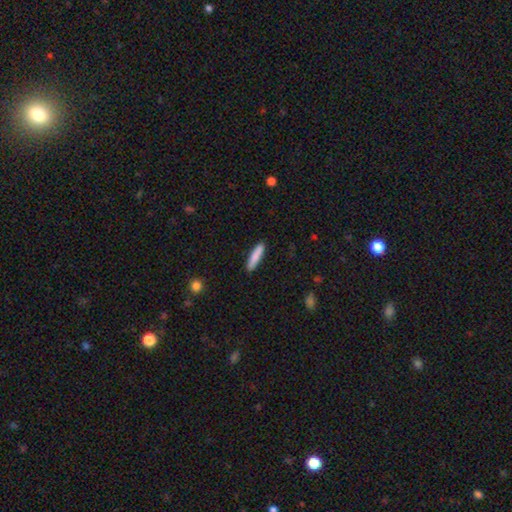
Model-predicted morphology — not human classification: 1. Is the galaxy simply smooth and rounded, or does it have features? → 85% smooth, 9% featured or disk, 6% star or artifact.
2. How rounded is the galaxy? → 85% cigar-shaped, 13% in between, 1% round.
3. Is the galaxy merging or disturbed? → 89% none, 8% minor disturbance, 2% major disturbance, 1% merger.